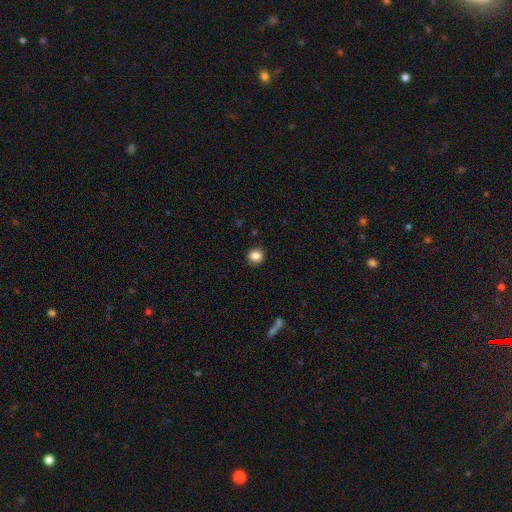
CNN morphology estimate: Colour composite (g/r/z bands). It shows a smooth galaxy with no disk features (86%) that is round (86%). Merging: none (90%).